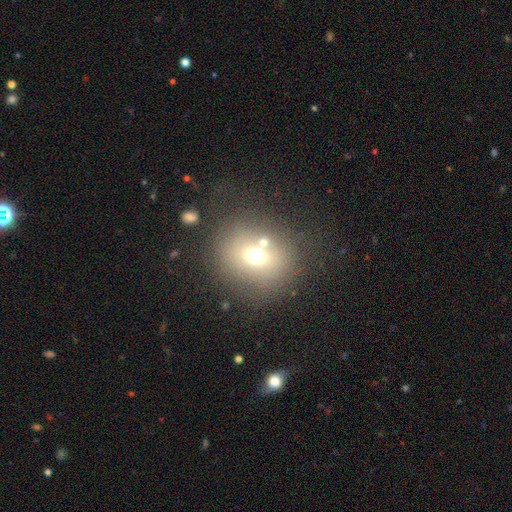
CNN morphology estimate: A smooth galaxy with no disk features (63%) that is round (70%). Merging: none (64%).